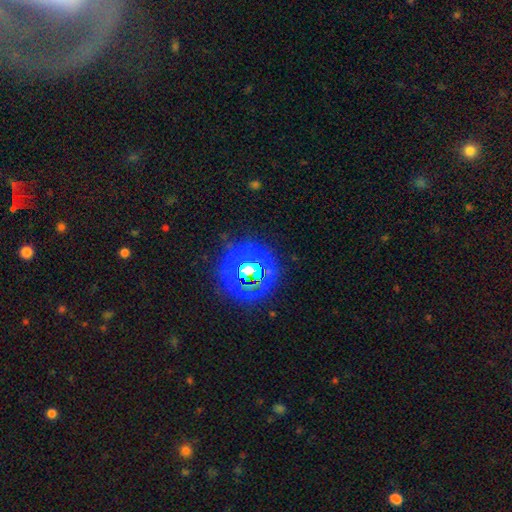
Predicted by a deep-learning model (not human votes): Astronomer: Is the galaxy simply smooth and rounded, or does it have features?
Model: star or artifact — 75%.